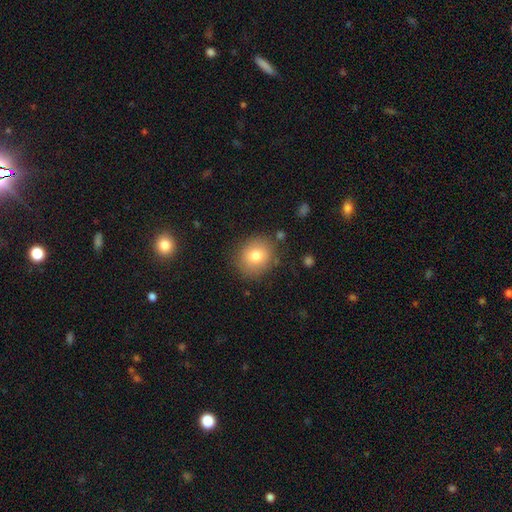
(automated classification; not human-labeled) Q: Smooth or featured?
A: smooth (78%); runner-up: featured or disk (12%)
Q: How rounded?
A: round (77%); runner-up: in between (22%)
Q: Merging?
A: none (82%); runner-up: minor disturbance (11%)